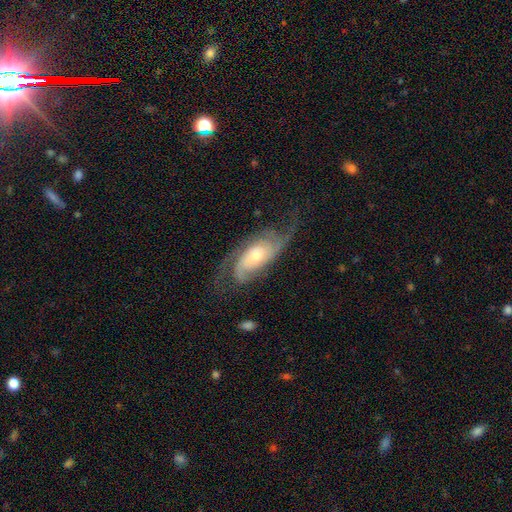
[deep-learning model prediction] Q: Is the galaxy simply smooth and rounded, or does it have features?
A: featured or disk — 84%.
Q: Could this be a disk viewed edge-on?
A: no — 94%.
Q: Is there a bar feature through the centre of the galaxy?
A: no — 68%.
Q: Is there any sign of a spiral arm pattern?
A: yes — 96%.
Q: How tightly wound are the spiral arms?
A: medium — 43%.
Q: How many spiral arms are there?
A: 2 — 60%.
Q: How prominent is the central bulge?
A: moderate — 50%.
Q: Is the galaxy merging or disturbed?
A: none — 67%.